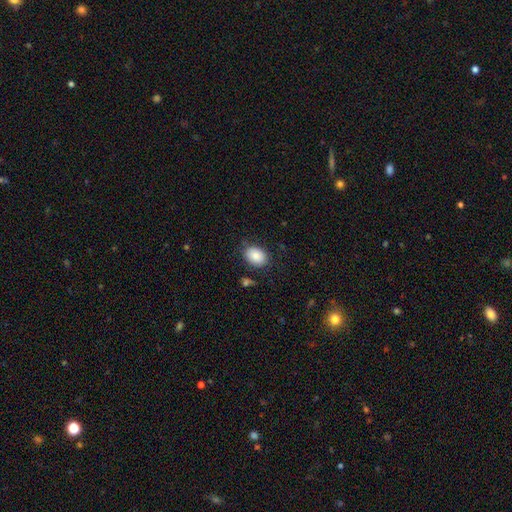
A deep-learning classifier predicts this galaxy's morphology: Smooth or featured? Predicted: smooth (p=0.85). How rounded? Predicted: in between (p=0.69). Merging? Predicted: none (p=0.80).